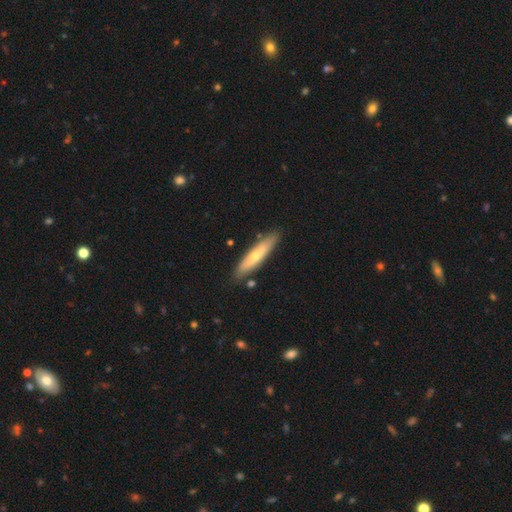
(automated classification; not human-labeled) Q: Smooth or featured?
A: smooth (57%); runner-up: featured or disk (38%)
Q: How rounded?
A: cigar-shaped (82%); runner-up: in between (17%)
Q: Merging?
A: none (84%); runner-up: minor disturbance (11%)